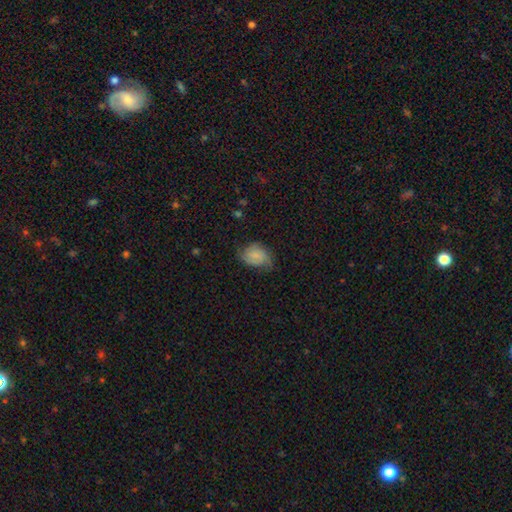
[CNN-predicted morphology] Smooth or featured? smooth (57%)
How rounded? in between (70%)
Merging? none (56%)